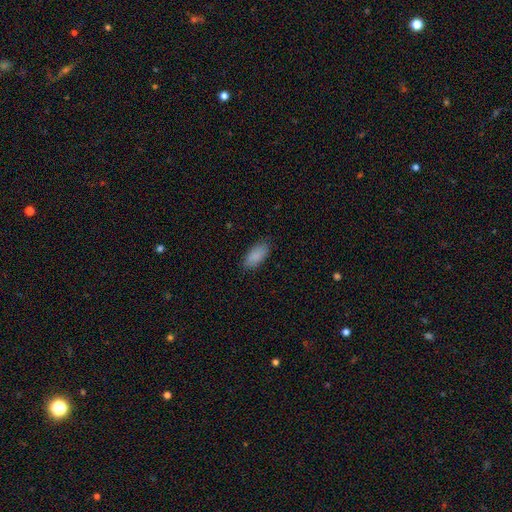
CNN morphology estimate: Smooth or featured? smooth (89%)
How rounded? in between (90%)
Merging? none (83%)